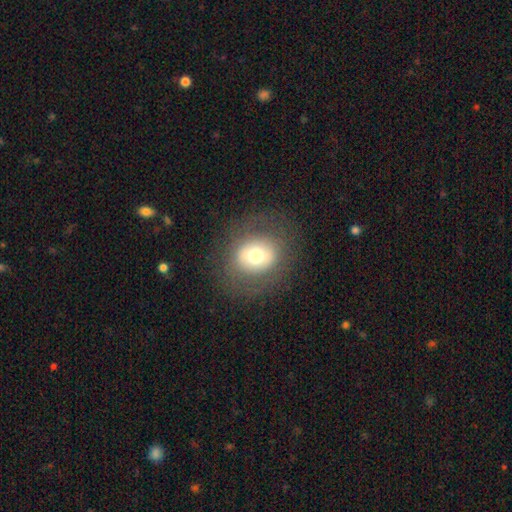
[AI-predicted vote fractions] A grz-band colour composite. It shows a smooth galaxy with no disk features (62%) that is round (68%). Merging: none (80%).